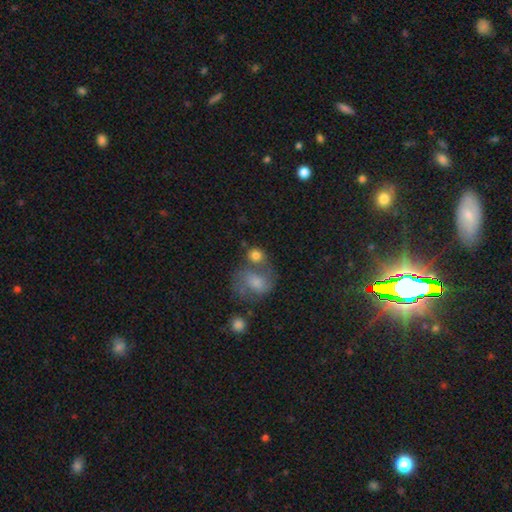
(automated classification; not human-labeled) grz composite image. It shows a smooth galaxy with no disk features (73%) that is round (76%). Merging: none (43%).